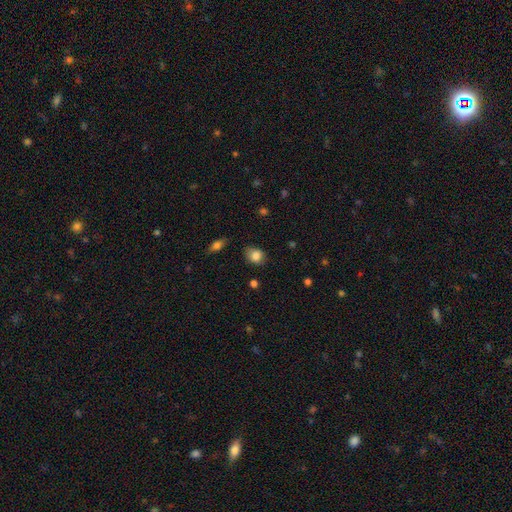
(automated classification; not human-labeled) This appears to be a smooth galaxy with no disk features (83%) that is round (50%). Merging: none (71%).